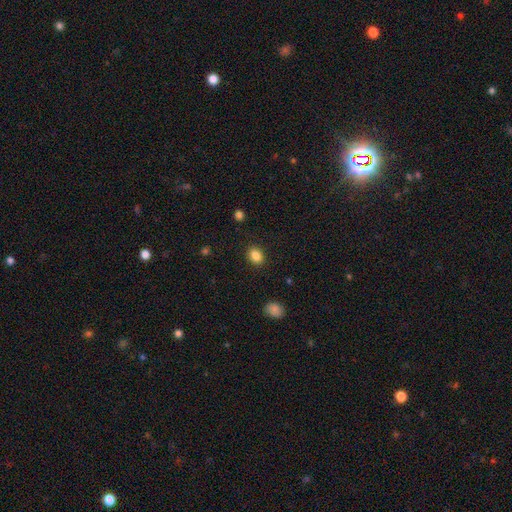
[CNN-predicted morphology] This appears to be a smooth galaxy with no disk features (86%) that is in between round and cigar-shaped (60%). Merging: none (88%).